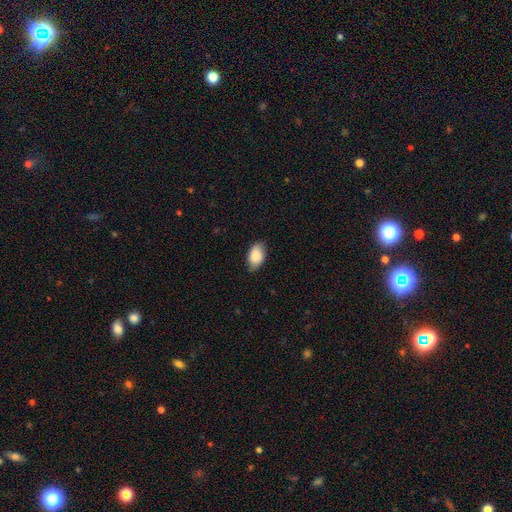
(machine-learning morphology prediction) A smooth galaxy with no disk features (87%) that is in between round and cigar-shaped (93%). Merging: none (80%).